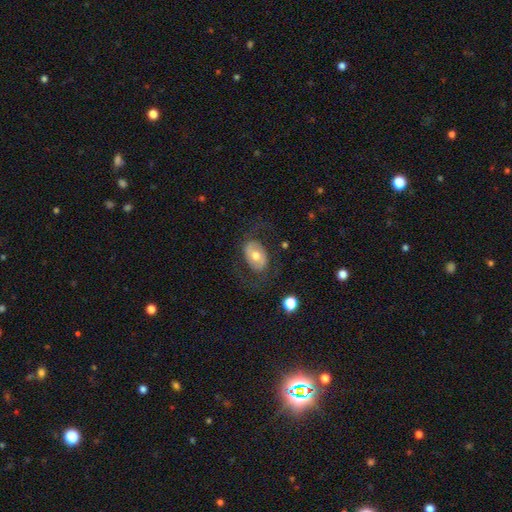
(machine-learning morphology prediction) Smooth or featured: featured or disk — 54% (smooth — 39%)
Edge-on disk: no — 94% (yes — 6%)
Bar: no — 60% (weak — 27%)
Spiral arms: yes — 59% (no — 41%)
Bulge size: moderate — 73% (small — 15%)
Merging: none — 68% (major disturbance — 16%)